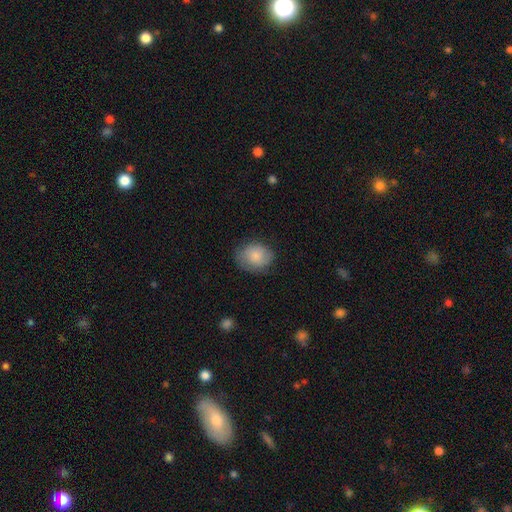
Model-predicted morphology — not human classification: Smooth or featured? smooth (80%)
How rounded? round (56%)
Merging? none (74%)